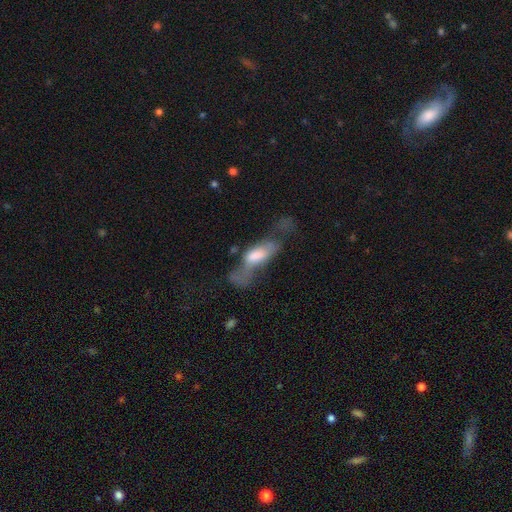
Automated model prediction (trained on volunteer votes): A smooth galaxy with no disk features (48%). Merging: major disturbance (49%).